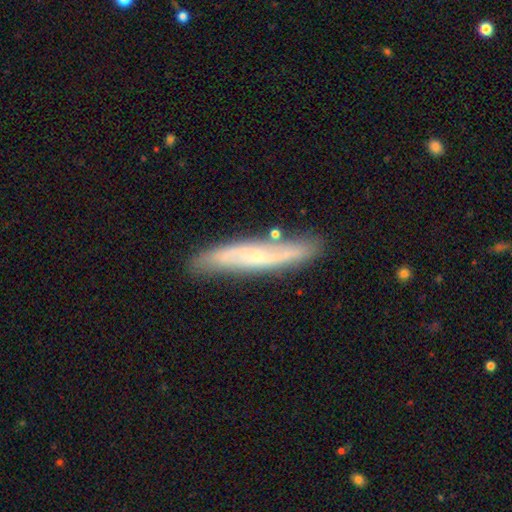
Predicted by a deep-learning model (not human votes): Smooth or featured? featured or disk (66%)
Edge-on disk? yes (51%)
Merging? none (77%)